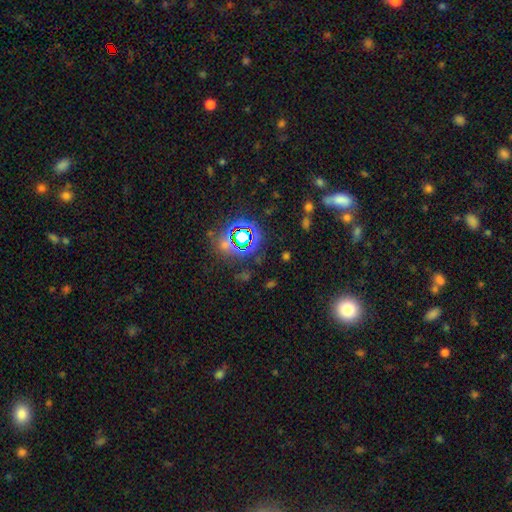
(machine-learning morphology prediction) Overall: star or artifact (56%; smooth 34%).